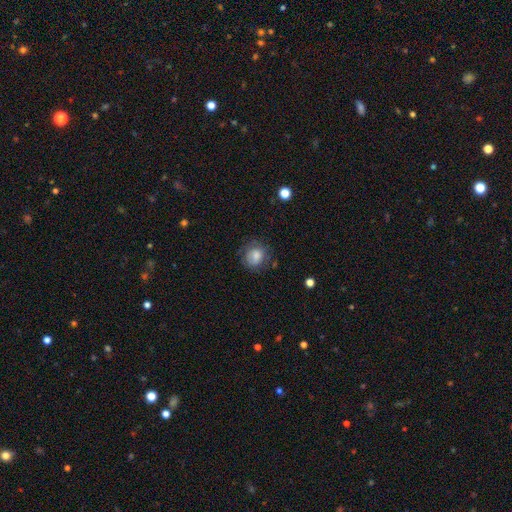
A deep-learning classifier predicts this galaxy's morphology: Smooth or featured?
  - smooth: 70% *
  - featured or disk: 20%
  - star or artifact: 10%
How rounded?
  - round: 72% *
  - in between: 27%
  - cigar-shaped: 1%
Merging?
  - none: 67% *
  - minor disturbance: 21%
  - major disturbance: 10%
  - merger: 2%